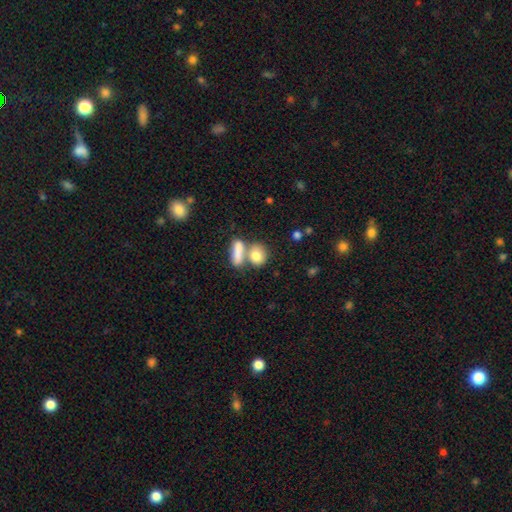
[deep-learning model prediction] smooth_or_featured: smooth (p=0.81) [alt: featured or disk p=0.11]
how_rounded: in between (p=0.52) [alt: round p=0.41]
merging: merger (p=0.46) [alt: none p=0.41]